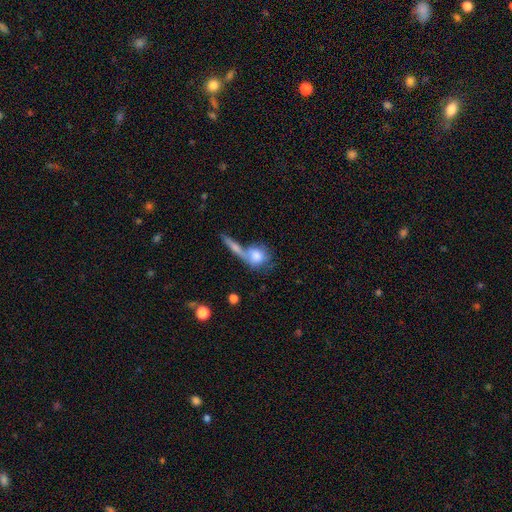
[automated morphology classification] Smooth or featured? Predicted: smooth (p=0.71). How rounded? Predicted: round (p=0.59). Merging? Predicted: merger (p=0.47).